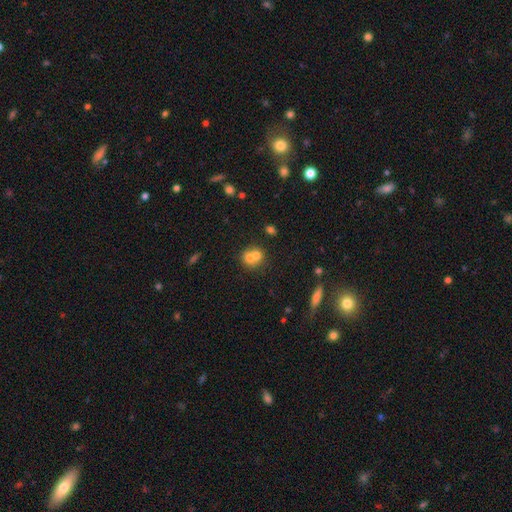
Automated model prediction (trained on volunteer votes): Q: Smooth or featured?
A: smooth (67%); runner-up: featured or disk (22%)
Q: How rounded?
A: round (77%); runner-up: in between (22%)
Q: Merging?
A: merger (60%); runner-up: none (31%)